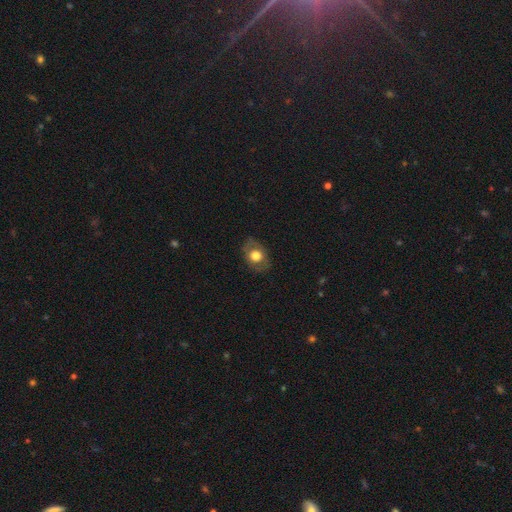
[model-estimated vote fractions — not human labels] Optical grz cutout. It shows a smooth galaxy with no disk features (59%) that is in between round and cigar-shaped (60%). Merging: none (79%).